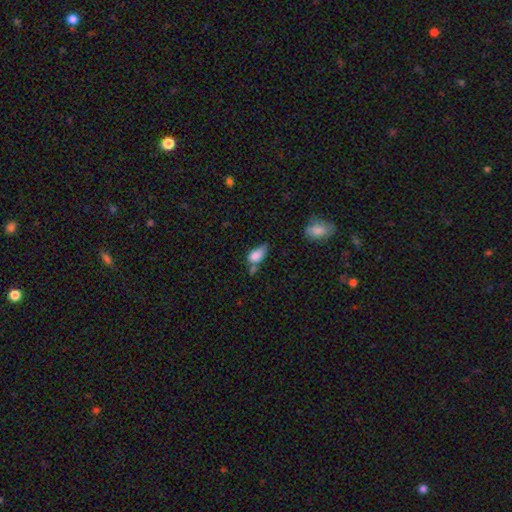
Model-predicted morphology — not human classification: The model was most divided on "merging": minor disturbance: 32%, none: 30%, merger: 23%, major disturbance: 16%. More confident: how rounded — in between (84%); smooth or featured — smooth (79%).